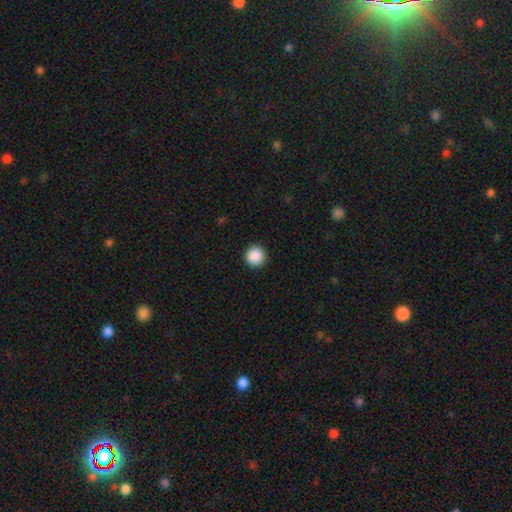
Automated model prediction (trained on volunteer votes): Morphology: type=smooth (89%); roundness=round (96%); merging=none (93%).